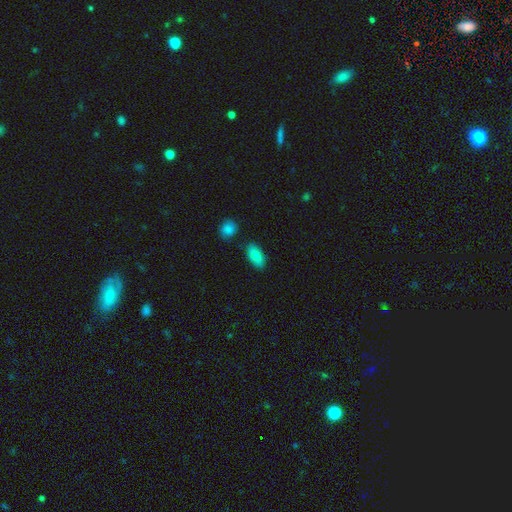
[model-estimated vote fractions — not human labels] Overall: smooth (82%). How rounded: in between (91%). Merging: none (81%).